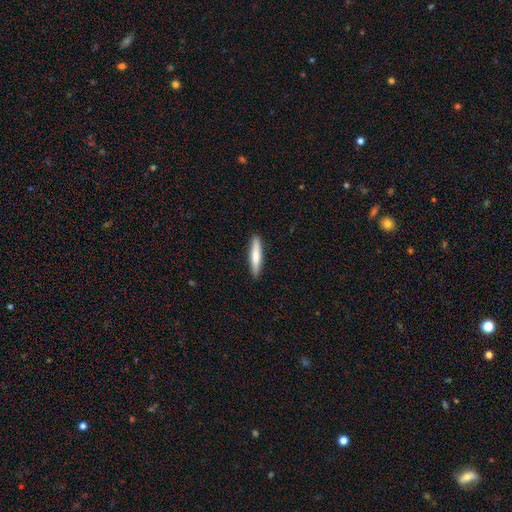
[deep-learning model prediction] This appears to be a smooth galaxy with no disk features (72%) that is cigar-shaped (88%). Merging: none (90%).